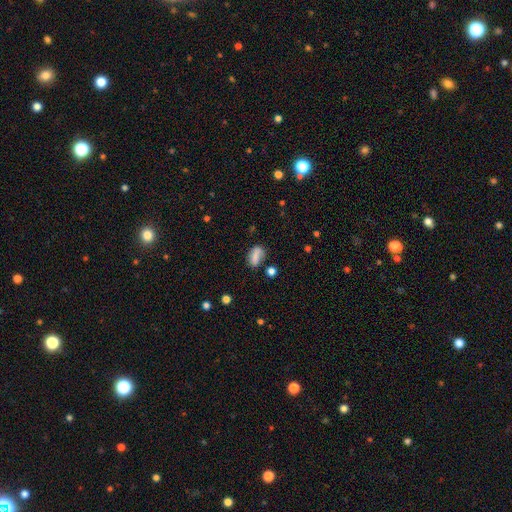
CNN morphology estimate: This appears to be a smooth galaxy with no disk features (72%) that is in between round and cigar-shaped (81%). Merging: none (58%).